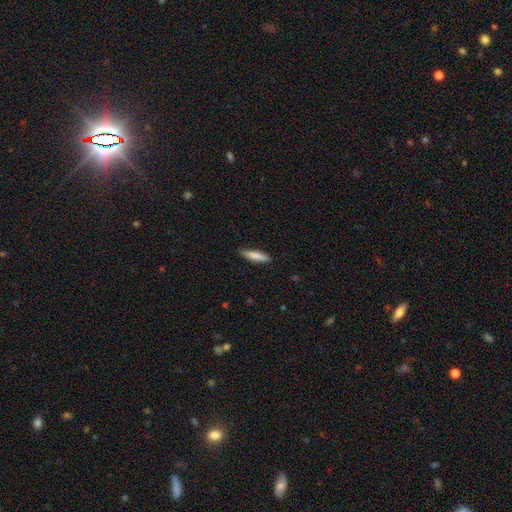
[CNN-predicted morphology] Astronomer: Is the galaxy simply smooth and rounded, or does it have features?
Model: smooth — 82%.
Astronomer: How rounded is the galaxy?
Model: cigar-shaped — 80%.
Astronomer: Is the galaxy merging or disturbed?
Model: none — 86%.